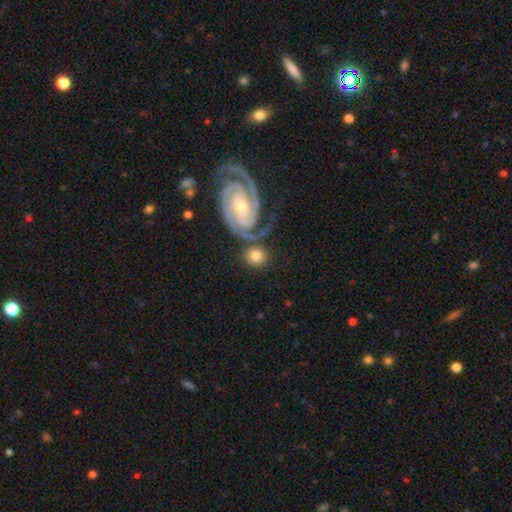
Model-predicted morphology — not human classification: This is likely a smooth galaxy (60%). How rounded: clearly round (85%). Merging: likely none (65%).